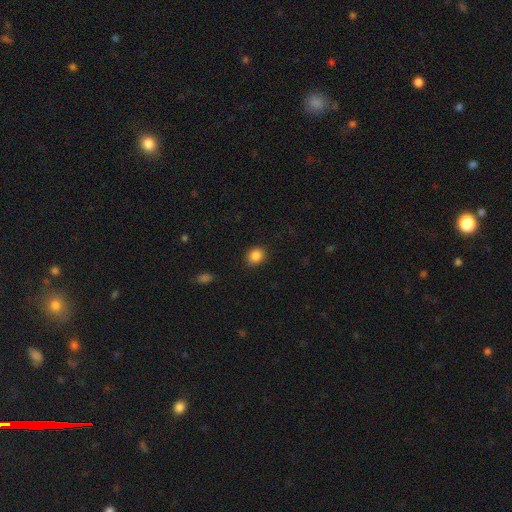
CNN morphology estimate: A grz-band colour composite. It shows a smooth galaxy with no disk features (86%) that is round (66%). Merging: none (86%).